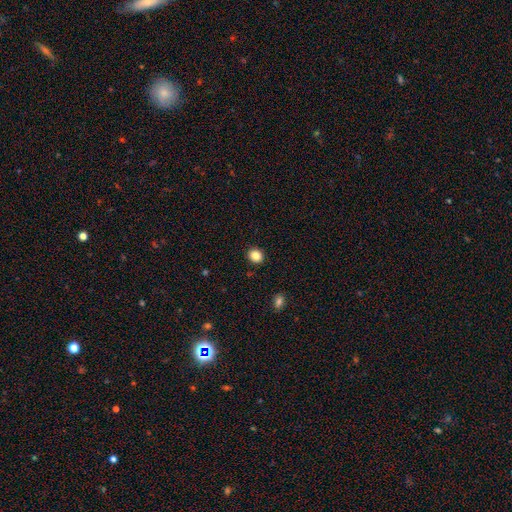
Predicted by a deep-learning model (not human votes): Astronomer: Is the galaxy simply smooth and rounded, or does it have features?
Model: smooth — 85%.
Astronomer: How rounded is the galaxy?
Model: round — 78%.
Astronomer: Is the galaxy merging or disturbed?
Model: none — 92%.